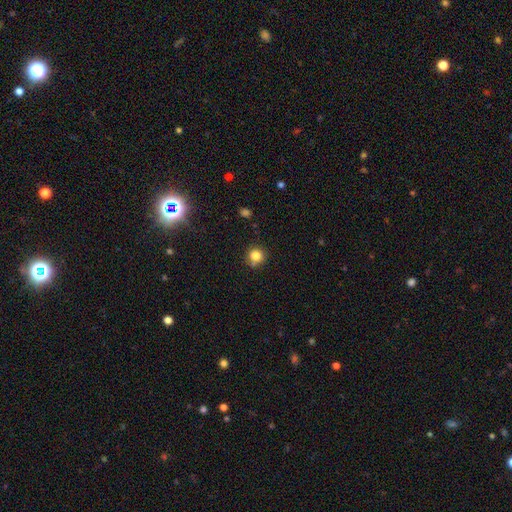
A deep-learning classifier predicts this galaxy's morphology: A smooth galaxy with no disk features (82%) that is round (89%).

Vote fractions:
- Smooth or featured? smooth: 82% / star or artifact: 12% / featured or disk: 6%
- How rounded? round: 89% / in between: 10% / cigar-shaped: 1%
- Merging? none: 75% / minor disturbance: 14% / merger: 8% / major disturbance: 3%